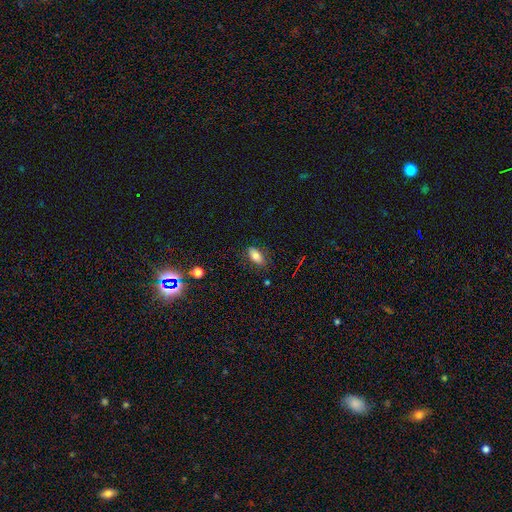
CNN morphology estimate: Overall: smooth (79%). How rounded: in between (90%). Merging: none (81%).